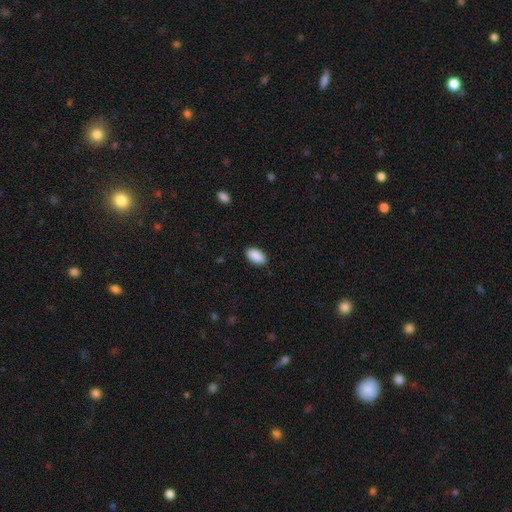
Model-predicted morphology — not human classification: A smooth galaxy with no disk features (91%) that is in between round and cigar-shaped (95%).

Vote fractions:
- Smooth or featured? smooth: 91% / star or artifact: 6% / featured or disk: 3%
- How rounded? in between: 95% / round: 3% / cigar-shaped: 2%
- Merging? none: 89% / minor disturbance: 8% / major disturbance: 2% / merger: 1%